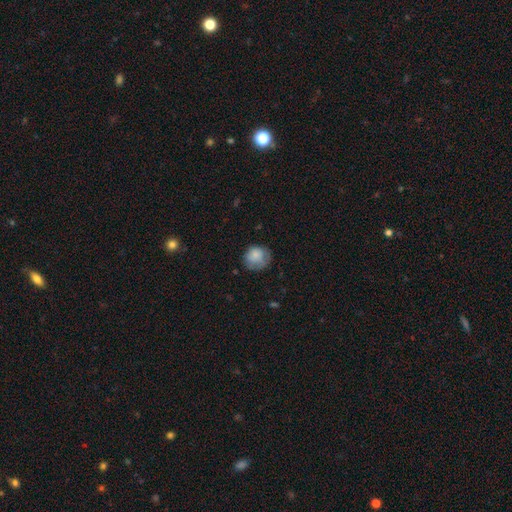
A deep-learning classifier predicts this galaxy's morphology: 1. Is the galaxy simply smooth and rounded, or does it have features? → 77% smooth, 14% featured or disk, 8% star or artifact.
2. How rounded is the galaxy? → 79% round, 21% in between, 1% cigar-shaped.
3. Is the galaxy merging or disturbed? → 62% none, 26% minor disturbance, 10% major disturbance, 1% merger.